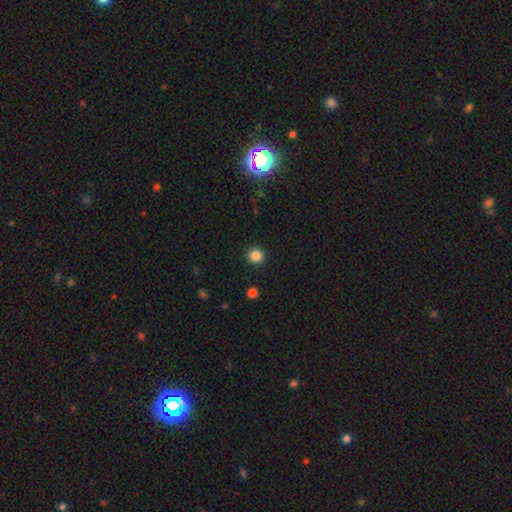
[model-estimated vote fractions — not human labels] Smooth or featured? Predicted: smooth (p=0.85). How rounded? Predicted: round (p=0.95). Merging? Predicted: none (p=0.93).